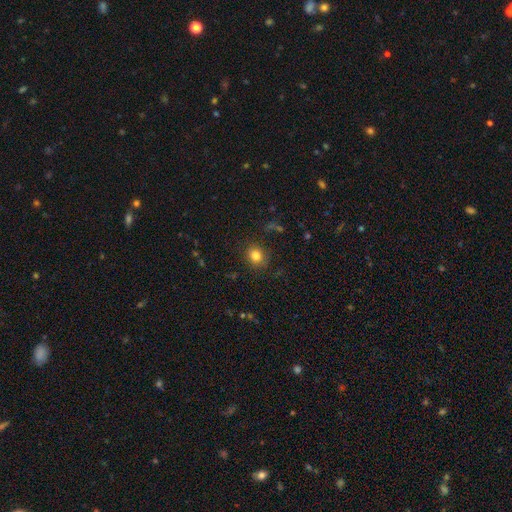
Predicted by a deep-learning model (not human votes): This is clearly a smooth galaxy (82%). How rounded: likely round (75%). Merging: clearly none (85%).